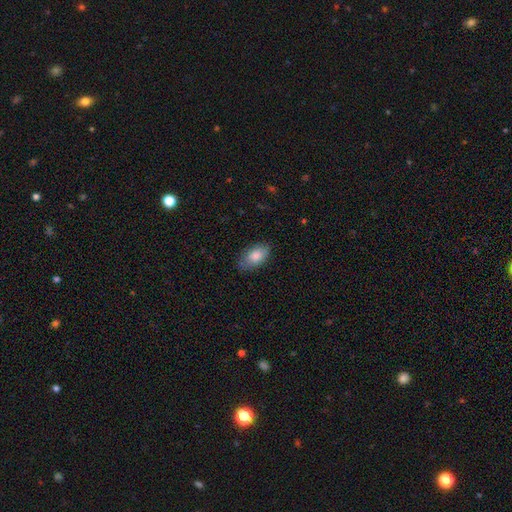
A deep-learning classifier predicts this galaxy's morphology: smooth_or_featured: smooth (p=0.81) [alt: featured or disk p=0.12]
how_rounded: in between (p=0.93) [alt: round p=0.04]
merging: none (p=0.79) [alt: minor disturbance p=0.17]